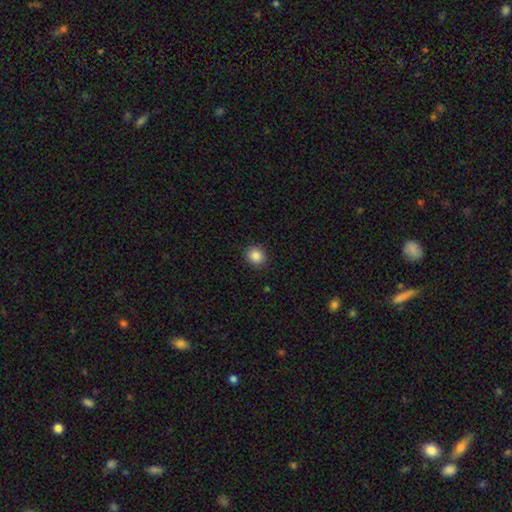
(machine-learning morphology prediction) type=smooth (86%); roundness=round (83%); merging=none (91%).